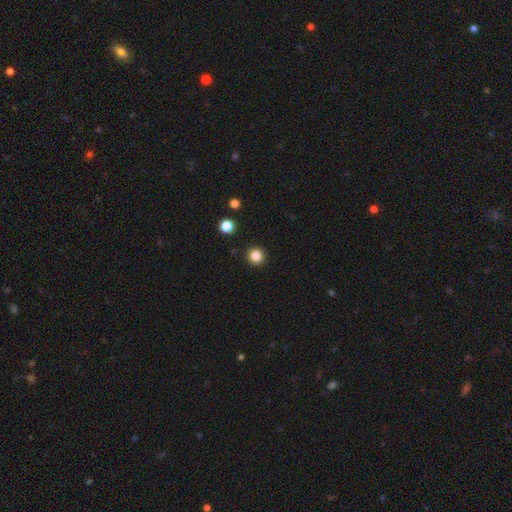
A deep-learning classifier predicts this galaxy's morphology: Overall: smooth (84%). How rounded: round (95%). Merging: none (92%).